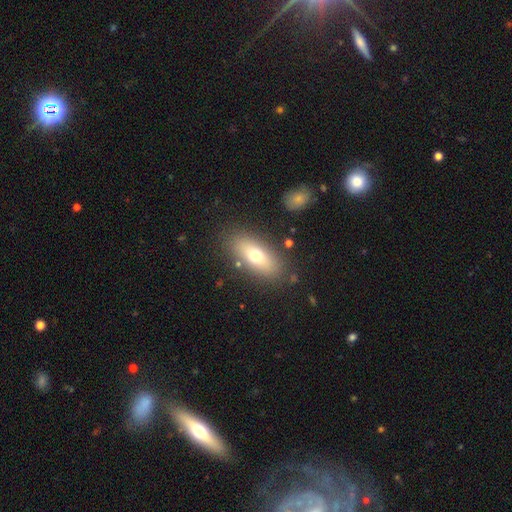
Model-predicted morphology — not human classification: smooth_or_featured: smooth (p=0.67) [alt: featured or disk p=0.24]
how_rounded: in between (p=0.78) [alt: cigar-shaped p=0.17]
merging: none (p=0.83) [alt: minor disturbance p=0.10]